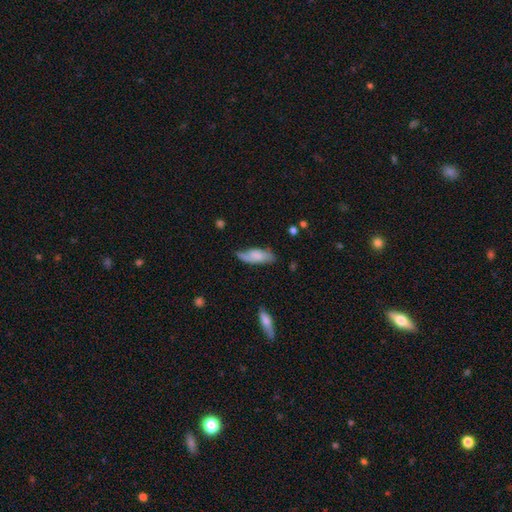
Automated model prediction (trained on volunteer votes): smooth 63%, featured or disk 30%, star or artifact 7%. Down the decision tree: how rounded — in between (71%); merging — none (55%).